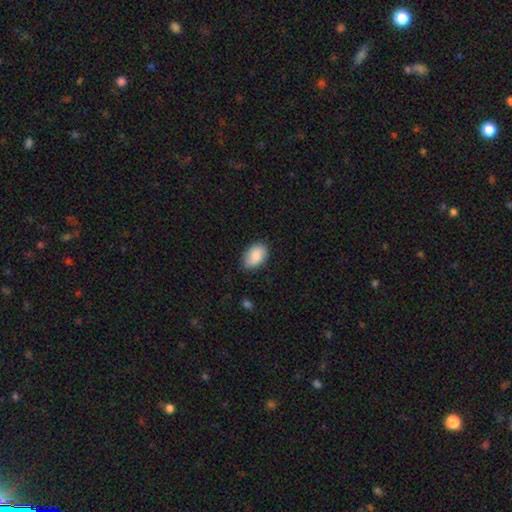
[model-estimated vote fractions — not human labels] smooth 88%, star or artifact 6%, featured or disk 5%. Down the decision tree: how rounded — in between (90%); merging — none (81%).